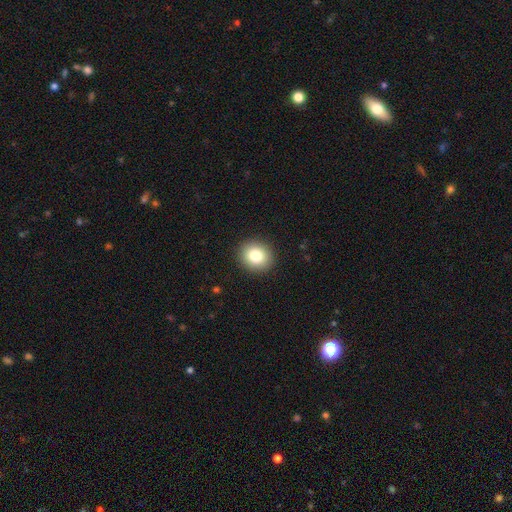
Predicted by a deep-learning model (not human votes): This is clearly a smooth galaxy (82%). How rounded: likely round (79%). Merging: clearly none (91%).